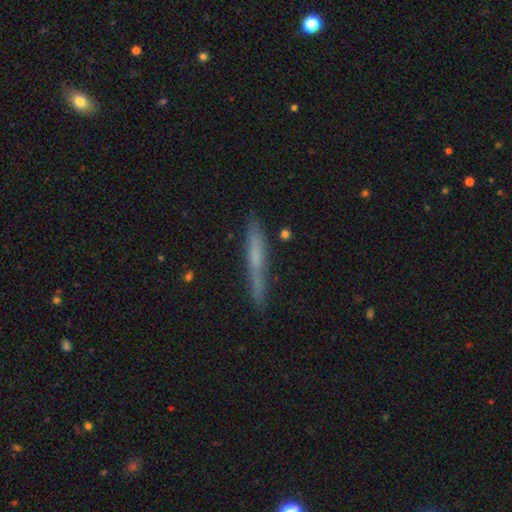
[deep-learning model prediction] Smooth or featured? Predicted: smooth (p=0.49). Merging? Predicted: none (p=0.82).